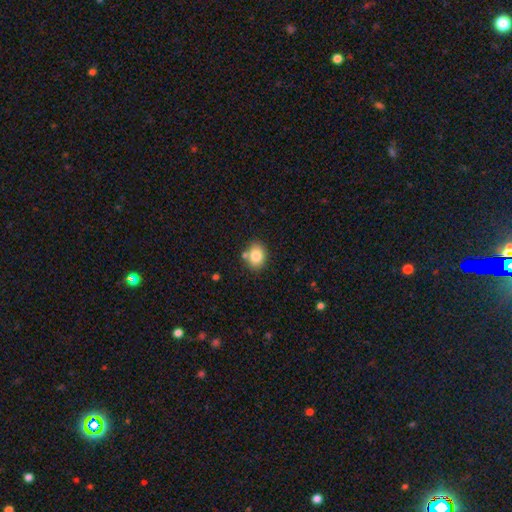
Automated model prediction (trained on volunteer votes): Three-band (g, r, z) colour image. It shows a smooth galaxy with no disk features (82%) that is in between round and cigar-shaped (53%). Merging: none (75%).